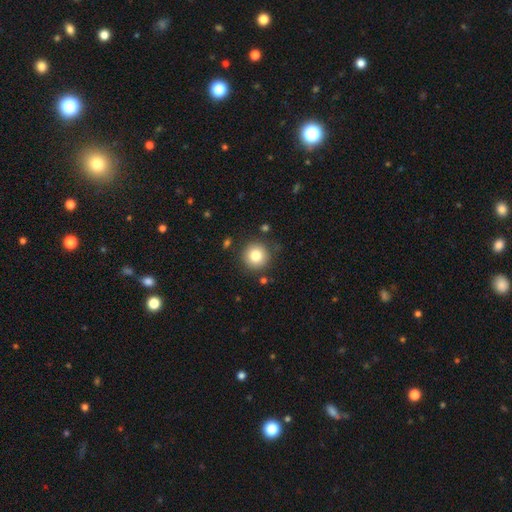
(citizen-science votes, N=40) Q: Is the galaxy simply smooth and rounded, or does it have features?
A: smooth — 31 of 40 (78%).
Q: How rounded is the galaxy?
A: round — 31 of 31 (100%).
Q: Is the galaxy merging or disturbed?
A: none — 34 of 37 (92%).